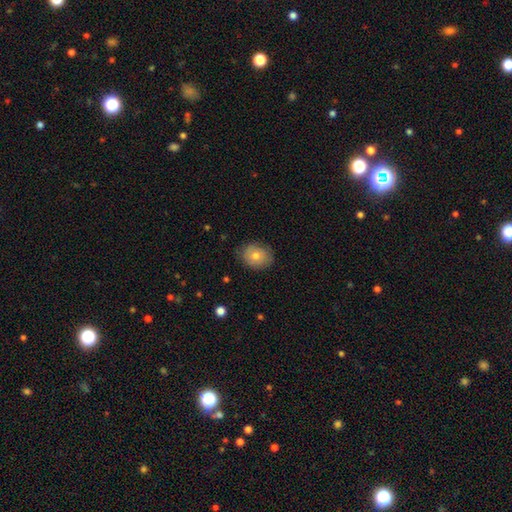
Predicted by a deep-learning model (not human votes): Smooth or featured? Predicted: smooth (p=0.71). How rounded? Predicted: round (p=0.55). Merging? Predicted: none (p=0.82).